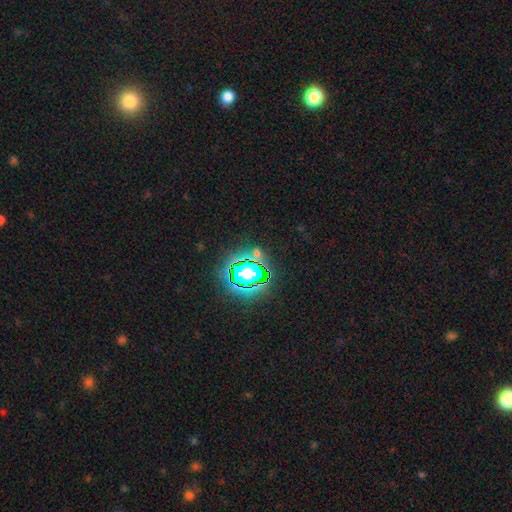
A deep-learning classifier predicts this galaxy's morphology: Smooth or featured?
  - star or artifact: 69% *
  - smooth: 19%
  - featured or disk: 12%